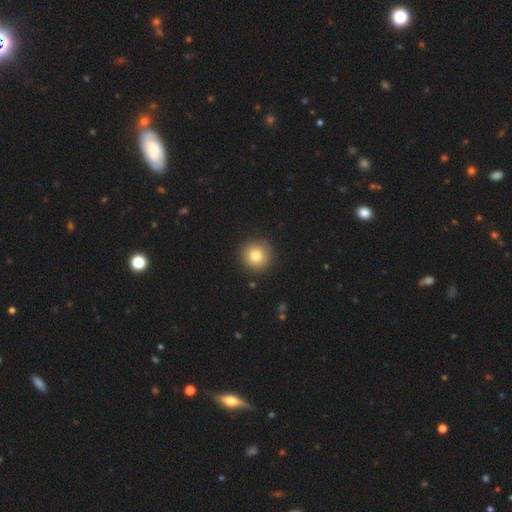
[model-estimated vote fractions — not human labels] Smooth or featured? smooth (81%)
How rounded? round (95%)
Merging? none (91%)